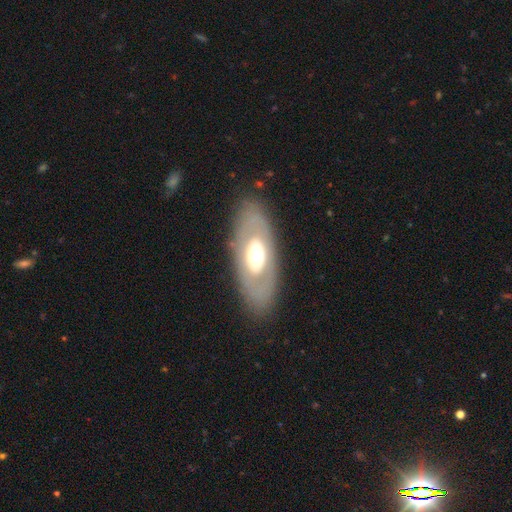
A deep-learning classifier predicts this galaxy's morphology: This appears to be a featured or disk galaxy (52%). Merging: none (82%).